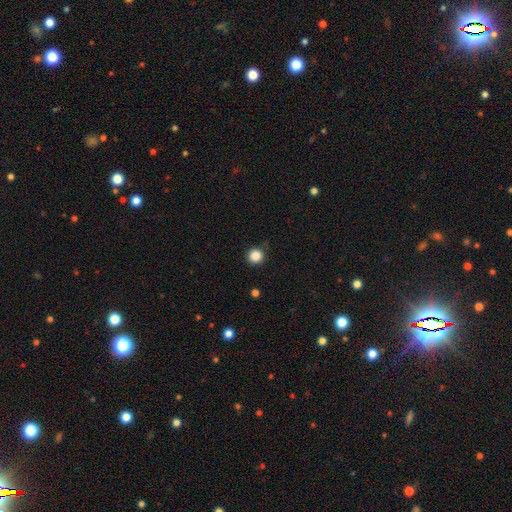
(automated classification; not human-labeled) Q: Smooth or featured?
A: smooth (86%); runner-up: star or artifact (11%)
Q: How rounded?
A: round (95%); runner-up: in between (4%)
Q: Merging?
A: none (88%); runner-up: minor disturbance (8%)